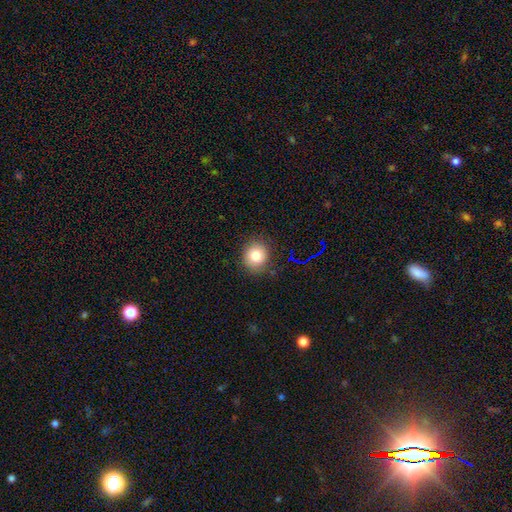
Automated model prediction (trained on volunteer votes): smooth_or_featured: smooth (p=0.78) [alt: star or artifact p=0.12]
how_rounded: round (p=0.83) [alt: in between p=0.17]
merging: none (p=0.87) [alt: minor disturbance p=0.09]